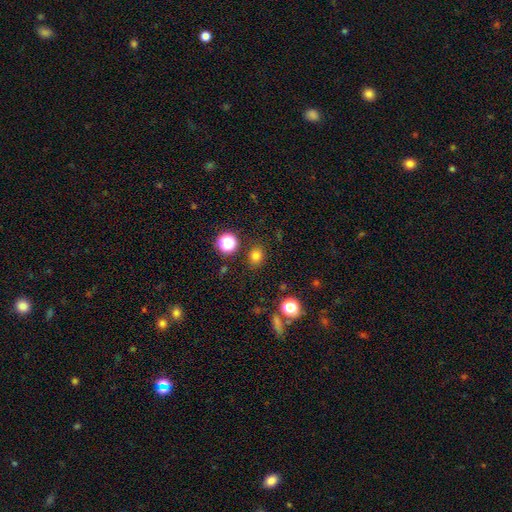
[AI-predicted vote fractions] smooth-or-featured: smooth: 77% | star or artifact: 17% | featured or disk: 5%
  how-rounded: round: 68% | in between: 31% | cigar-shaped: 1%
  merging: none: 85% | minor disturbance: 9% | major disturbance: 3% | merger: 3%